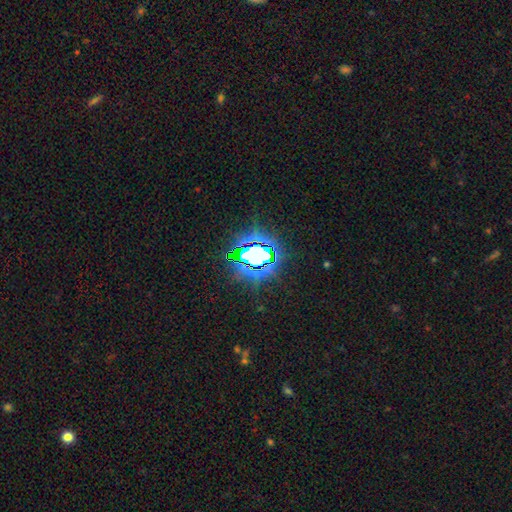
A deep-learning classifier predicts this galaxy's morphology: A star or artifact, not a galaxy (72%).

Vote fractions:
- Smooth or featured? star or artifact: 72% / smooth: 17% / featured or disk: 11%